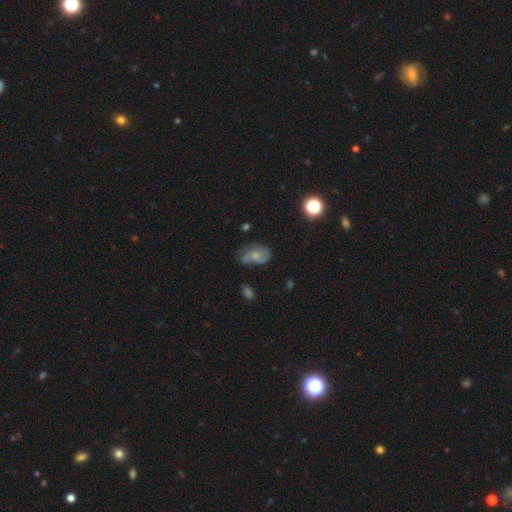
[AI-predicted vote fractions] Smooth or featured?
  - featured or disk: 48% *
  - smooth: 41%
  - star or artifact: 11%
Merging?
  - none: 43% *
  - minor disturbance: 29%
  - major disturbance: 18%
  - merger: 10%